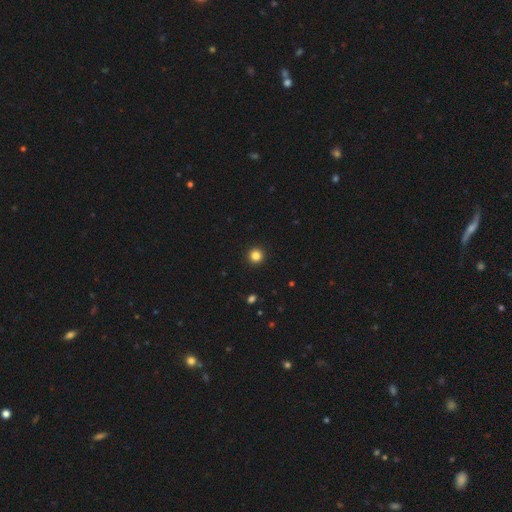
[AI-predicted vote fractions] smooth_or_featured: smooth (p=0.84) [alt: star or artifact p=0.12]
how_rounded: round (p=0.96) [alt: in between p=0.03]
merging: none (p=0.94) [alt: minor disturbance p=0.04]